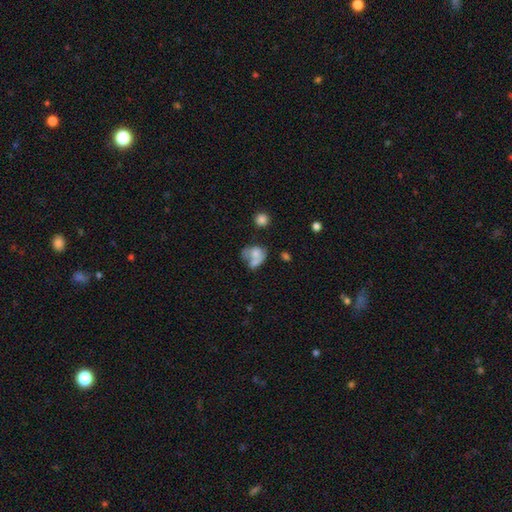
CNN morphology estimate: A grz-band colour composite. It shows a smooth galaxy with no disk features (60%) that is in between round and cigar-shaped (57%). Merging: merger (47%).